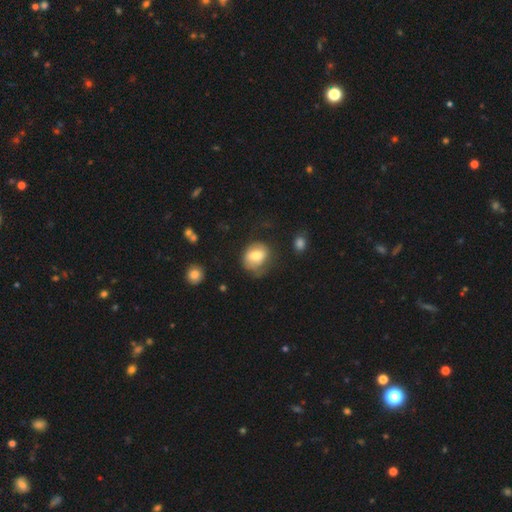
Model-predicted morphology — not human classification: smooth-or-featured: smooth: 65% | featured or disk: 28% | star or artifact: 8%
  how-rounded: round: 51% | in between: 48% | cigar-shaped: 1%
  merging: none: 50% | minor disturbance: 28% | major disturbance: 20% | merger: 3%